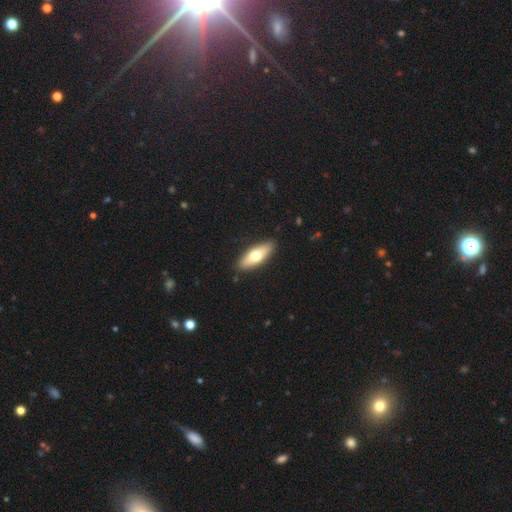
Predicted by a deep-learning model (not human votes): Smooth or featured?
  - smooth: 62% *
  - featured or disk: 32%
  - star or artifact: 5%
How rounded?
  - in between: 62% *
  - cigar-shaped: 36%
  - round: 2%
Merging?
  - none: 89% *
  - minor disturbance: 8%
  - major disturbance: 2%
  - merger: 1%